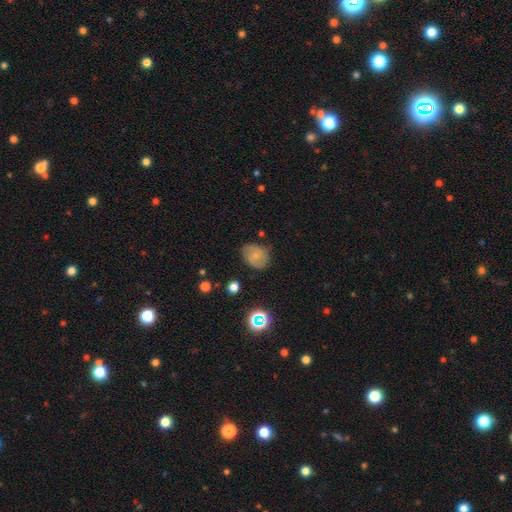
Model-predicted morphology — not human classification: smooth_or_featured: smooth (p=0.57) [alt: featured or disk p=0.32]
how_rounded: in between (p=0.56) [alt: round p=0.43]
merging: none (p=0.68) [alt: minor disturbance p=0.24]